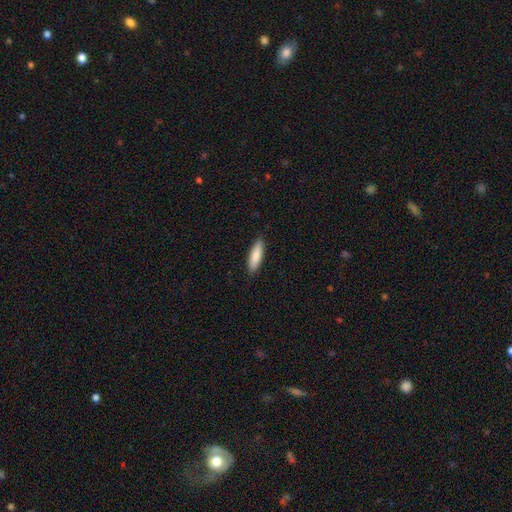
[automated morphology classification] smooth_or_featured: smooth (p=0.85) [alt: featured or disk p=0.09]
how_rounded: cigar-shaped (p=0.60) [alt: in between p=0.38]
merging: none (p=0.88) [alt: minor disturbance p=0.09]